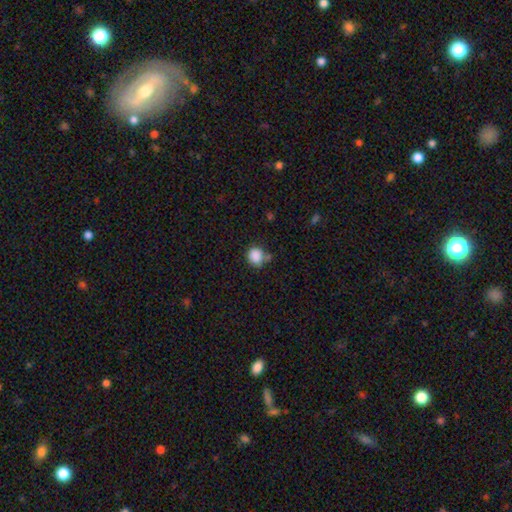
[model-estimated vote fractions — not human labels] smooth-or-featured: smooth: 86% | star or artifact: 10% | featured or disk: 4%
  how-rounded: round: 76% | in between: 23% | cigar-shaped: 1%
  merging: none: 62% | minor disturbance: 20% | merger: 12% | major disturbance: 6%